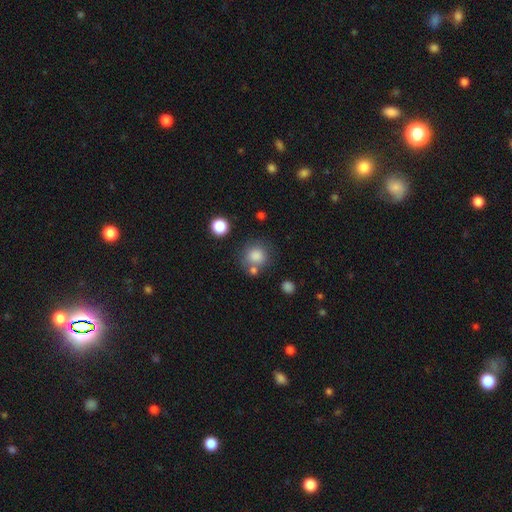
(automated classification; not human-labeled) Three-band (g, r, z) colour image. It shows a smooth galaxy with no disk features (82%) that is round (88%). Merging: none (69%).